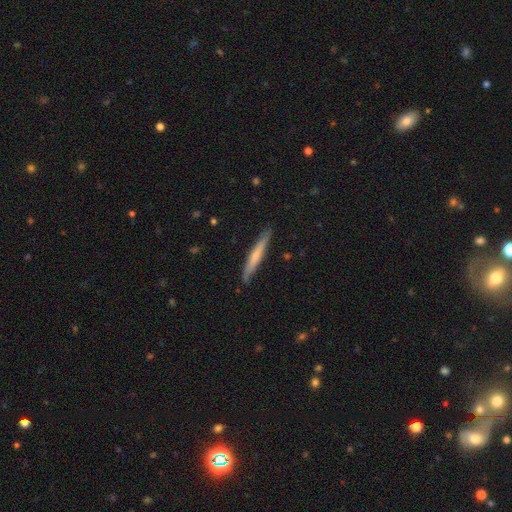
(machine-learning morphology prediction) Smooth or featured: smooth — 55% (featured or disk — 40%)
How rounded: cigar-shaped — 95% (in between — 3%)
Merging: none — 85% (minor disturbance — 11%)